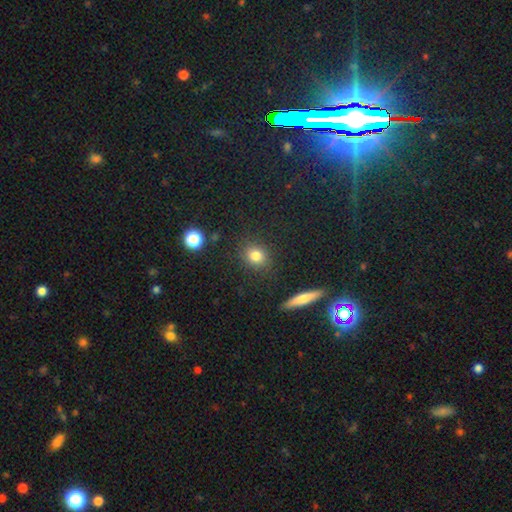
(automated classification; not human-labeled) smooth-or-featured: smooth: 81% | star or artifact: 12% | featured or disk: 7%
  how-rounded: round: 74% | in between: 23% | cigar-shaped: 2%
  merging: none: 87% | minor disturbance: 8% | major disturbance: 3% | merger: 2%